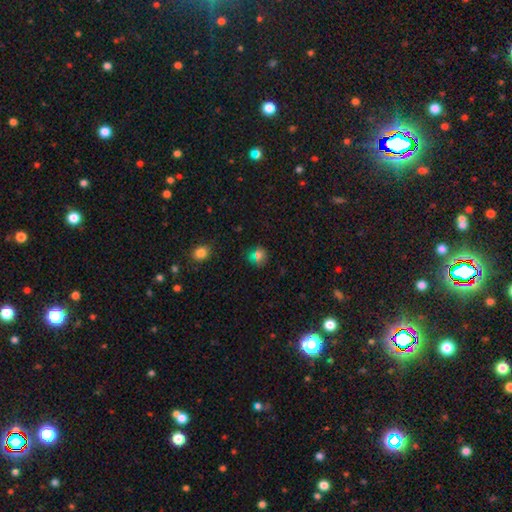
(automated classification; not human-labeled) The model was most divided on "smooth or featured": smooth: 74%, star or artifact: 18%, featured or disk: 9%. More confident: how rounded — round (86%); merging — none (81%).